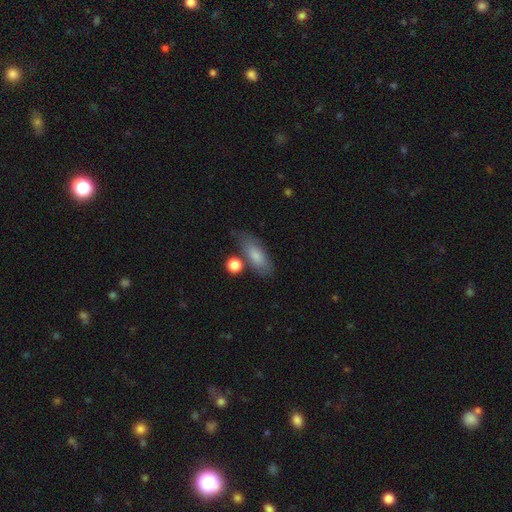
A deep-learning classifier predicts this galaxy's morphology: Smooth or featured? smooth (79%)
How rounded? in between (73%)
Merging? none (66%)